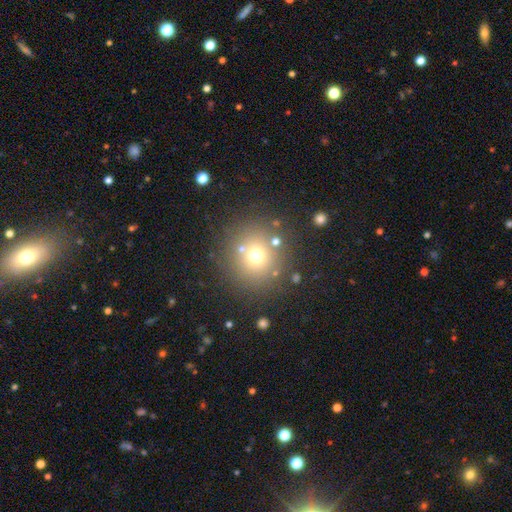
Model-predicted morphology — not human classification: smooth 68%, star or artifact 20%, featured or disk 13%. Down the decision tree: how rounded — round (92%); merging — none (82%).